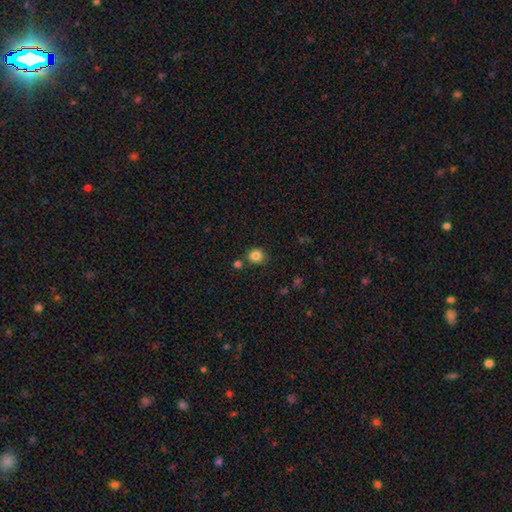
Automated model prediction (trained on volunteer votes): The model was most divided on "merging": none: 77%, minor disturbance: 11%, merger: 10%, major disturbance: 3%. More confident: how rounded — round (84%); smooth or featured — smooth (84%).